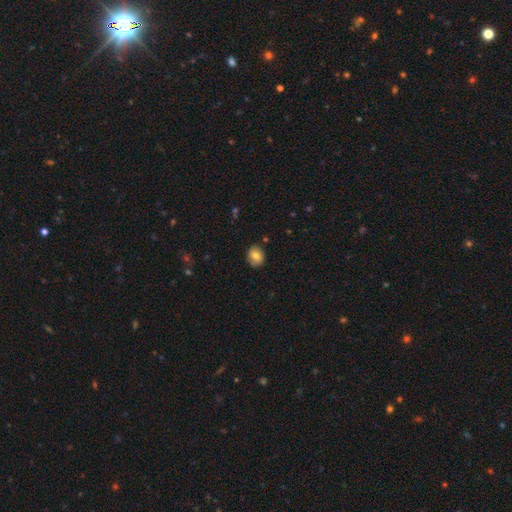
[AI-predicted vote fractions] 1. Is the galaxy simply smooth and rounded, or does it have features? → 77% smooth, 15% featured or disk, 9% star or artifact.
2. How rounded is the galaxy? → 60% round, 39% in between, 1% cigar-shaped.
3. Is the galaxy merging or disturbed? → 82% none, 14% minor disturbance, 3% major disturbance, 2% merger.